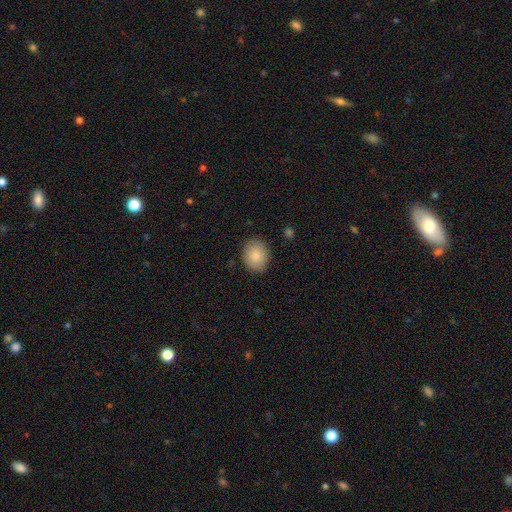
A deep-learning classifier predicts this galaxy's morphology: Smooth or featured? smooth (87%)
How rounded? in between (56%)
Merging? none (86%)